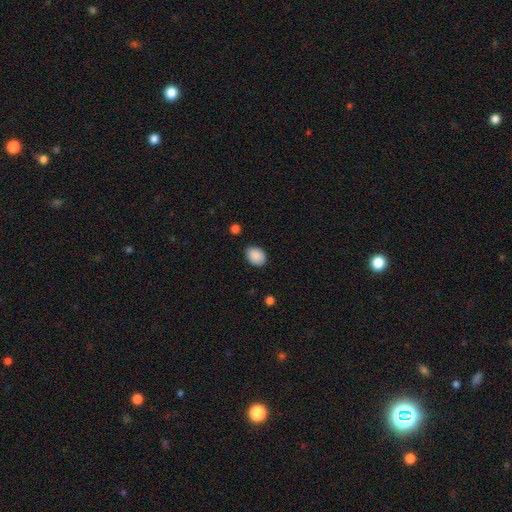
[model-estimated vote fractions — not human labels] A smooth galaxy with no disk features (90%) that is in between round and cigar-shaped (74%).

Vote fractions:
- Smooth or featured? smooth: 90% / star or artifact: 7% / featured or disk: 3%
- How rounded? in between: 74% / round: 25% / cigar-shaped: 1%
- Merging? none: 85% / minor disturbance: 11% / major disturbance: 2% / merger: 1%